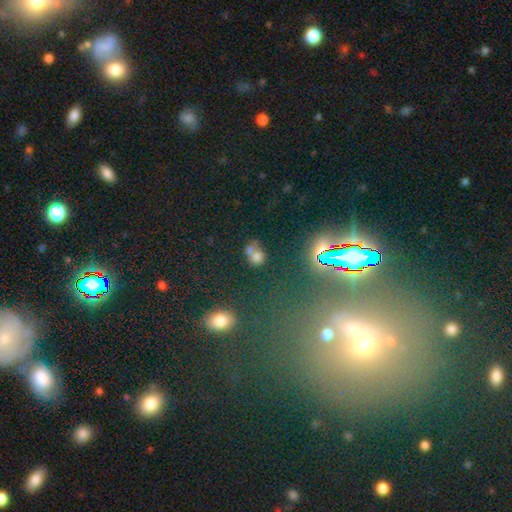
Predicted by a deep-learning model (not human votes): Morphology: type=smooth (64%); roundness=round (60%); merging=merger (50%).